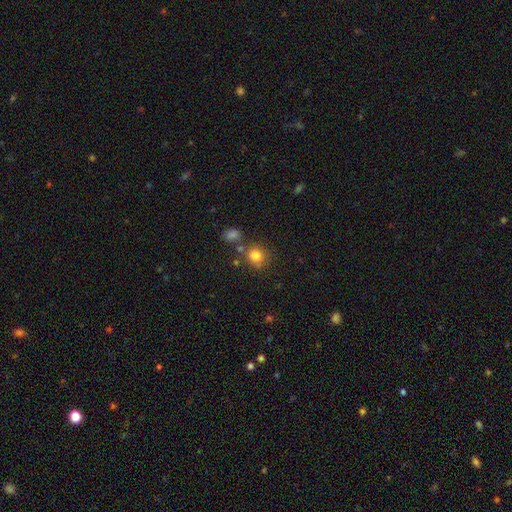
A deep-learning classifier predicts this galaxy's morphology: The model was most divided on "merging": none: 69%, minor disturbance: 14%, merger: 12%, major disturbance: 5%. More confident: smooth or featured — smooth (82%); how rounded — round (80%).